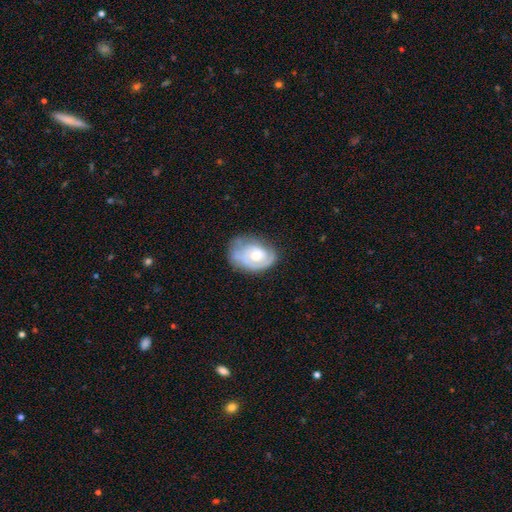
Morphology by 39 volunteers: type=featured or disk (92%); edge-on=no (94%); bar=no (79%); spiral arms=yes (97%); winding=tight (64%); arm count=1 (42%); bulge=moderate (59%); merging=none (62%).